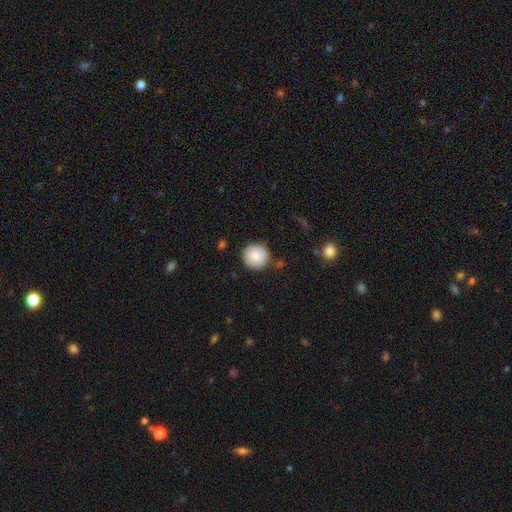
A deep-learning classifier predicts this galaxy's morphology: This appears to be a smooth galaxy with no disk features (82%) that is round (95%). Merging: none (86%).